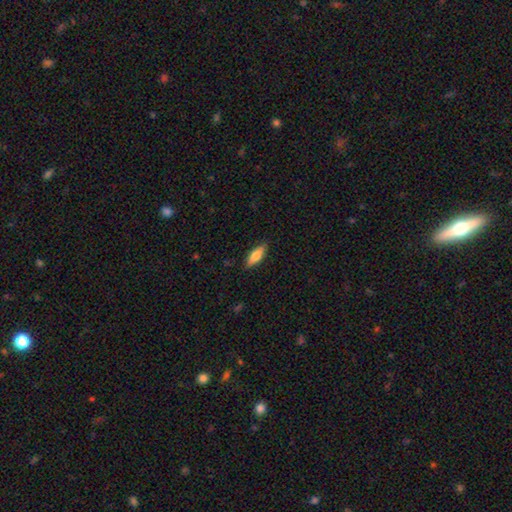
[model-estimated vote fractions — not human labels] smooth-or-featured: smooth: 70% | featured or disk: 24% | star or artifact: 6%
  how-rounded: in between: 54% | cigar-shaped: 44% | round: 2%
  merging: none: 86% | minor disturbance: 11% | major disturbance: 2% | merger: 1%